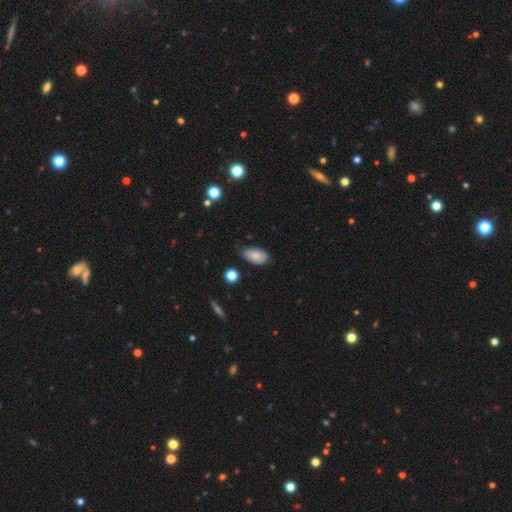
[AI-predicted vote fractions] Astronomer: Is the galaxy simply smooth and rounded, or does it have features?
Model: smooth — 84%.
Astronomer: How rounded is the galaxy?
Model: in between — 93%.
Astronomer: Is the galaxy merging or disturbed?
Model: none — 68%.